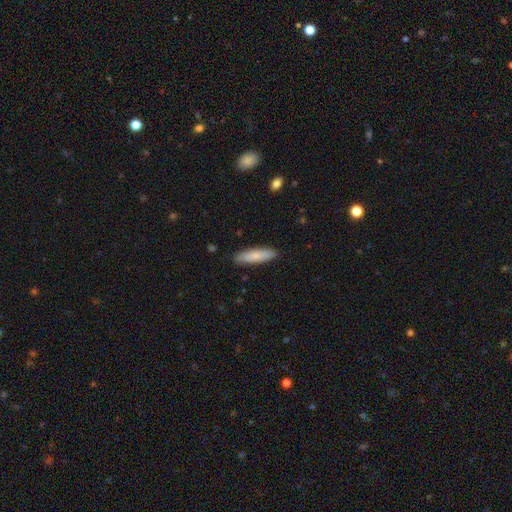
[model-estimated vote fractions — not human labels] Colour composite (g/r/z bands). It shows a smooth galaxy with no disk features (79%) that is cigar-shaped (64%). Merging: none (87%).